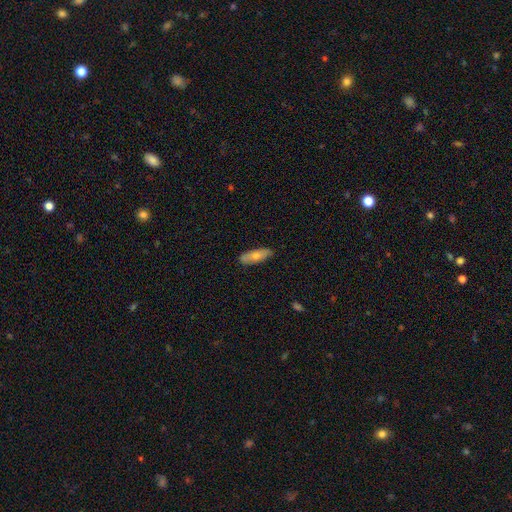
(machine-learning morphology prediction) Q: Smooth or featured?
A: smooth (68%); runner-up: featured or disk (26%)
Q: How rounded?
A: in between (56%); runner-up: cigar-shaped (41%)
Q: Merging?
A: none (84%); runner-up: minor disturbance (13%)